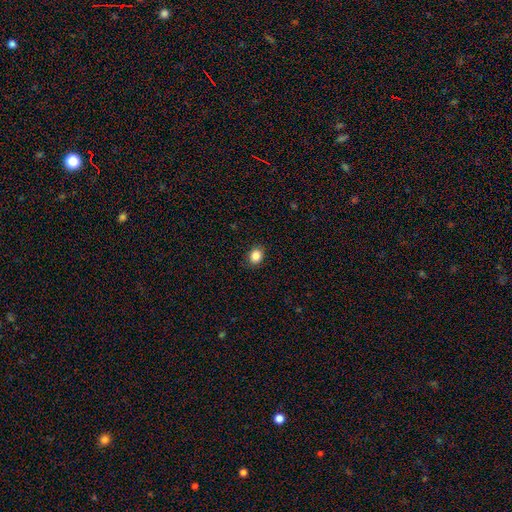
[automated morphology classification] Smooth or featured?
  - smooth: 86% *
  - star or artifact: 10%
  - featured or disk: 4%
How rounded?
  - round: 61% *
  - in between: 39%
  - cigar-shaped: 1%
Merging?
  - none: 89% *
  - minor disturbance: 8%
  - major disturbance: 2%
  - merger: 1%